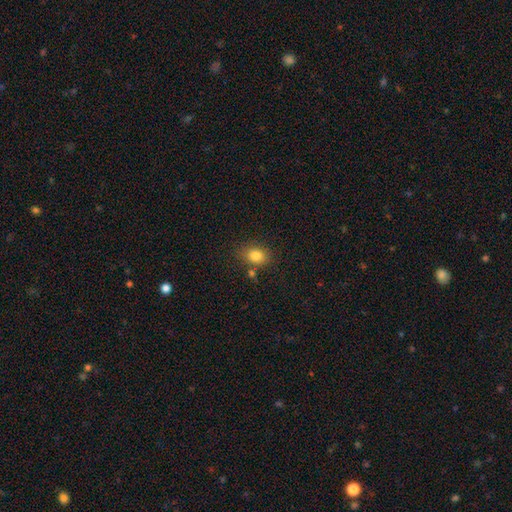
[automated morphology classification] Overall: smooth (83%). How rounded: in between (65%; round 34%). Merging: none (74%).